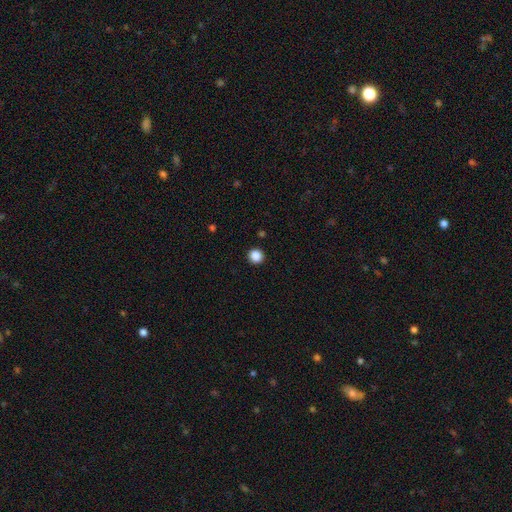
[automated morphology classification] smooth_or_featured: smooth (p=0.86) [alt: star or artifact p=0.11]
how_rounded: round (p=0.93) [alt: in between p=0.06]
merging: none (p=0.93) [alt: minor disturbance p=0.04]